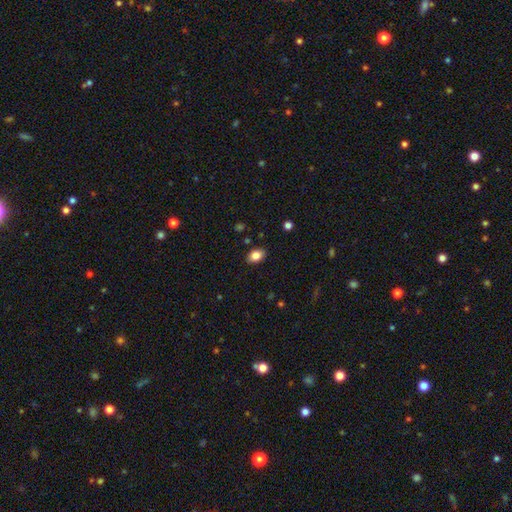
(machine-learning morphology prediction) Overall: smooth (84%). How rounded: in between (85%). Merging: none (88%).